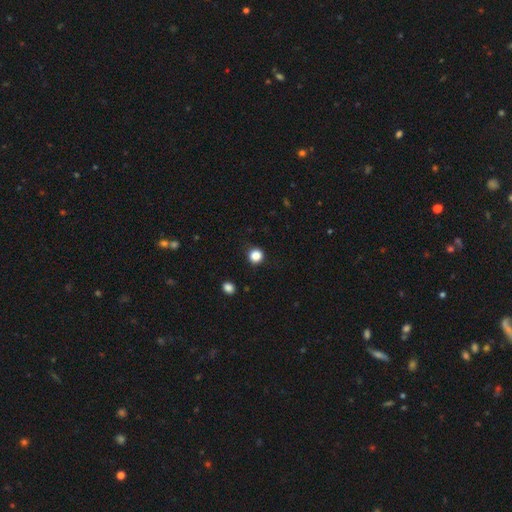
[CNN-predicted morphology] Q: Smooth or featured?
A: smooth (85%); runner-up: star or artifact (12%)
Q: How rounded?
A: round (92%); runner-up: in between (7%)
Q: Merging?
A: none (89%); runner-up: minor disturbance (7%)